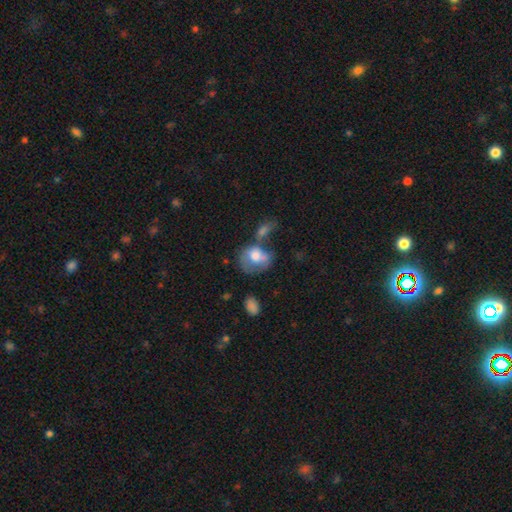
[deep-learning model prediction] This appears to be a smooth galaxy with no disk features (59%) that is in between round and cigar-shaped (52%). Merging: merger (33%).